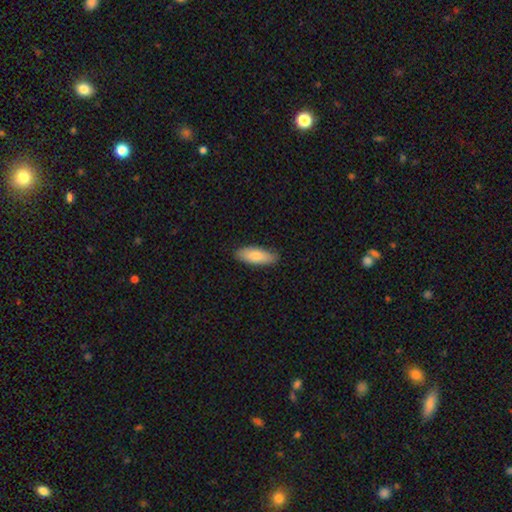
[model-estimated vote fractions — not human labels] smooth_or_featured: smooth (p=0.81) [alt: featured or disk p=0.14]
how_rounded: in between (p=0.74) [alt: cigar-shaped p=0.24]
merging: none (p=0.85) [alt: minor disturbance p=0.12]